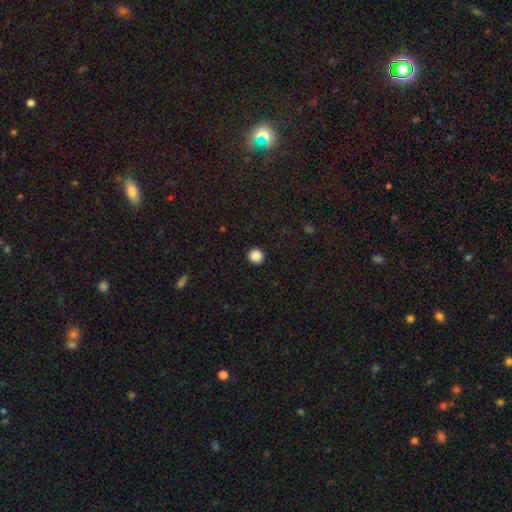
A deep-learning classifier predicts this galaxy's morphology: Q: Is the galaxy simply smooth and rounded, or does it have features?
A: smooth — 88%.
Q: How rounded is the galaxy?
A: round — 94%.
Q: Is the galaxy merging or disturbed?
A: none — 93%.